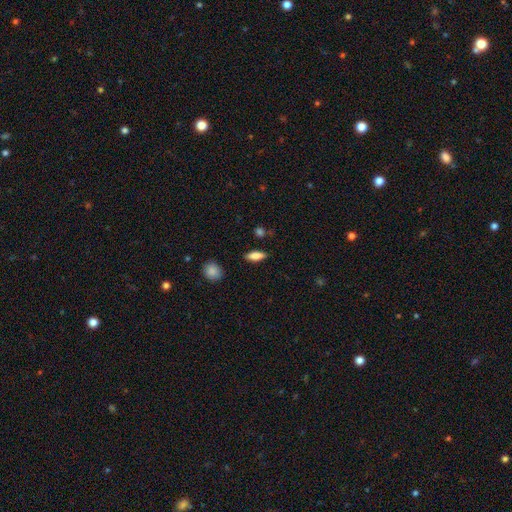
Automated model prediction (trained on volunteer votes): Morphology: type=smooth (77%); roundness=in between (66%); merging=none (86%).